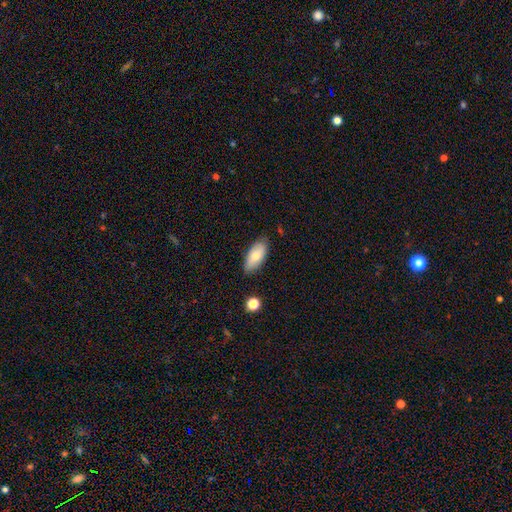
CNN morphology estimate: Smooth or featured: smooth — 74% (featured or disk — 19%)
How rounded: in between — 89% (cigar-shaped — 9%)
Merging: none — 82% (minor disturbance — 14%)